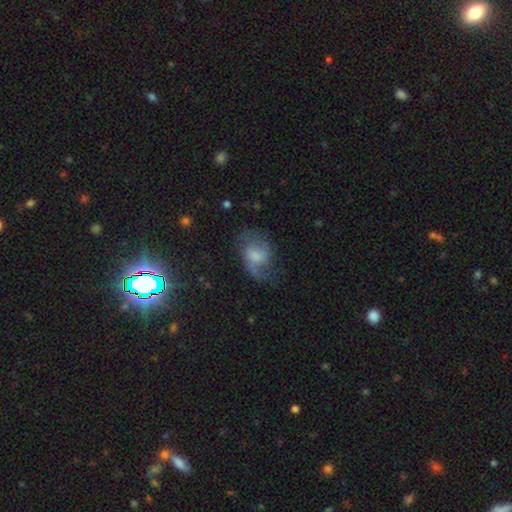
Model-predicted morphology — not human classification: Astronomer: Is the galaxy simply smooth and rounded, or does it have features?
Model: featured or disk — 60%.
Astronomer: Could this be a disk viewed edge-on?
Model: no — 97%.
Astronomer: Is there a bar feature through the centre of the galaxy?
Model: weak — 47% (runner-up: no, 44%).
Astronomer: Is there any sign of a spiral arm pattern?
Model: yes — 88%.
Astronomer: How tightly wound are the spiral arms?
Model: loose — 44% (runner-up: medium, 43%).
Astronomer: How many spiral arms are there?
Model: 2 — 75%.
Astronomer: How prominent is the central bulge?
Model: moderate — 38% (runner-up: small, 30%).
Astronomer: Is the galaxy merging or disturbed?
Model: none — 57%.